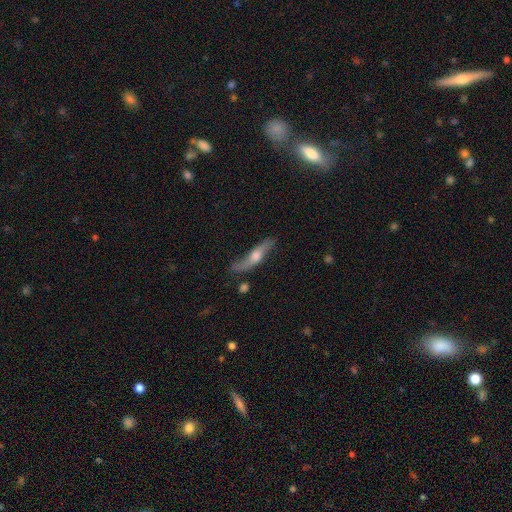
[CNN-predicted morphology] A featured or disk galaxy (73%) viewed edge-on (58%). Merging: none (71%).